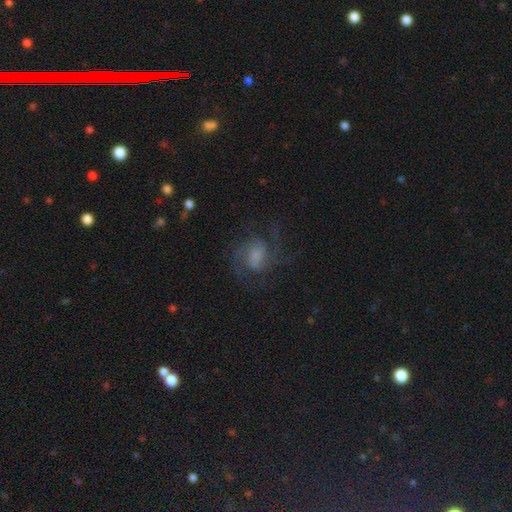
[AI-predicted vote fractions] Smooth or featured: featured or disk — 72% (smooth — 19%)
Edge-on disk: no — 98% (yes — 2%)
Bar: weak — 46% (no — 43%)
Spiral arms: yes — 93% (no — 7%)
Spiral winding: medium — 54% (loose — 24%)
Spiral arm count: 2 — 60% (3 — 15%)
Bulge size: moderate — 30% (small — 26%)
Merging: none — 64% (major disturbance — 18%)